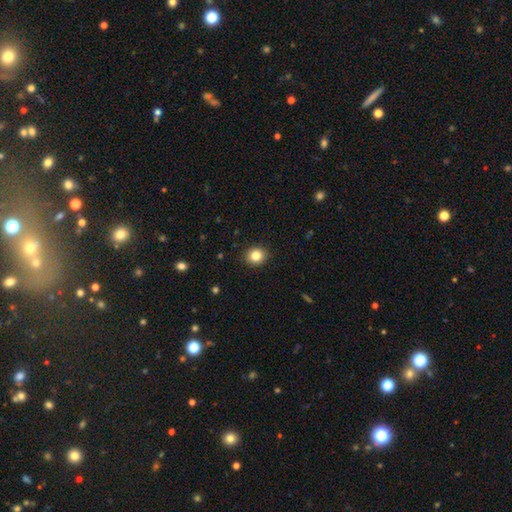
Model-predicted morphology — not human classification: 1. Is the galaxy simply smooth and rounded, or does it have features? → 83% smooth, 10% star or artifact, 6% featured or disk.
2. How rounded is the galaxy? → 78% round, 22% in between, 1% cigar-shaped.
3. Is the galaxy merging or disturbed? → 91% none, 6% minor disturbance, 2% major disturbance, 1% merger.